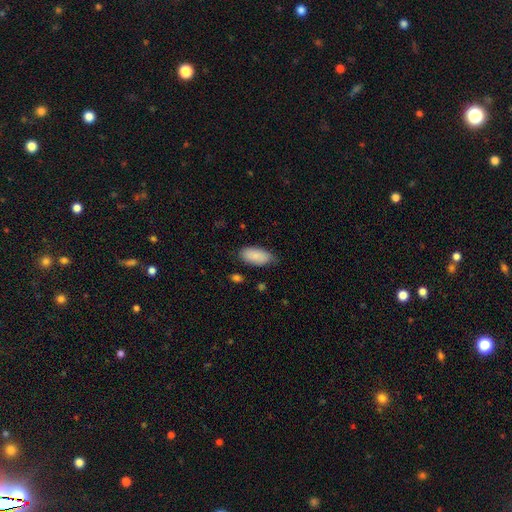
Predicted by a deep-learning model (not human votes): The model was most divided on "merging": none: 70%, minor disturbance: 25%, major disturbance: 4%, merger: 2%. More confident: how rounded — in between (93%); smooth or featured — smooth (87%).